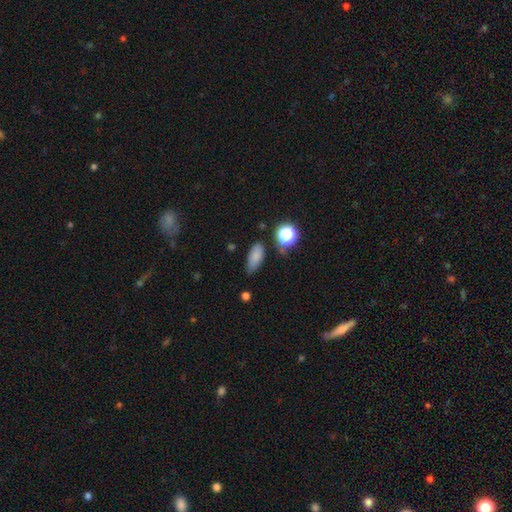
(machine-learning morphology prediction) Smooth or featured?
  - smooth: 79% *
  - star or artifact: 12%
  - featured or disk: 8%
How rounded?
  - in between: 82% *
  - cigar-shaped: 11%
  - round: 7%
Merging?
  - none: 68% *
  - minor disturbance: 23%
  - major disturbance: 5%
  - merger: 3%